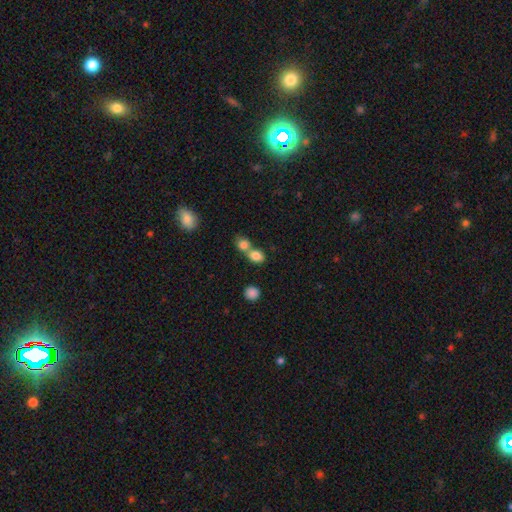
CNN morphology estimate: Overall: smooth (82%). How rounded: in between (56%; round 42%). Merging: merger (60%; none 30%).